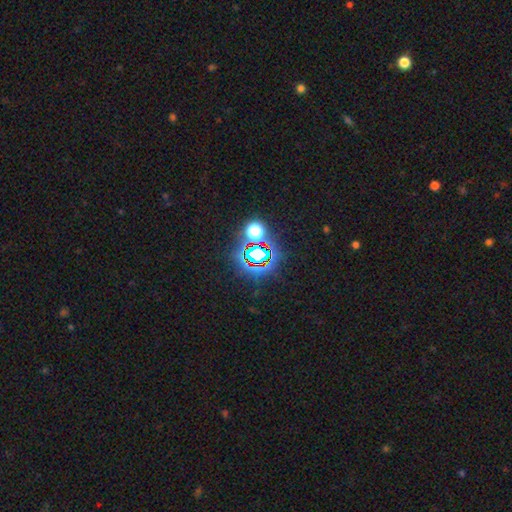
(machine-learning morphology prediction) star or artifact 73%, smooth 17%, featured or disk 10%.